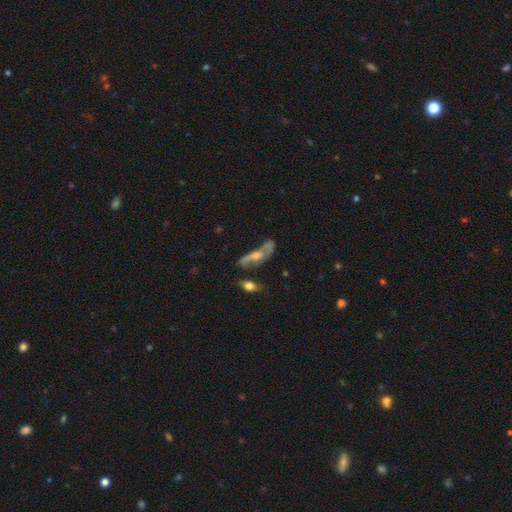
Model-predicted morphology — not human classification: Overall: featured or disk (63%; smooth 28%). Edge-on disk: no (65%; yes 35%). Merging: none (50%; minor disturbance 21%).